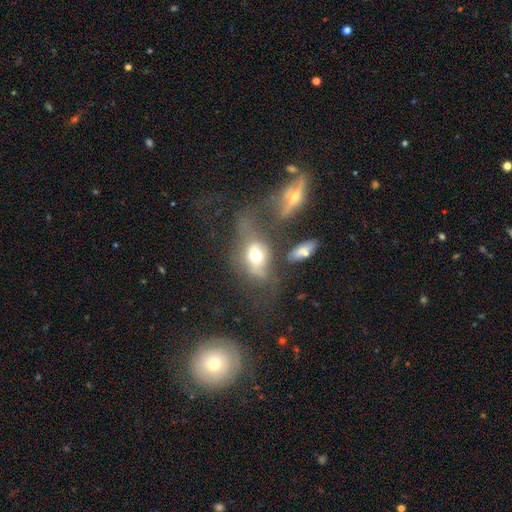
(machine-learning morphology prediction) The model was most divided on "smooth or featured": smooth: 49%, featured or disk: 39%, star or artifact: 13%. Remaining: merging — major disturbance (41%).